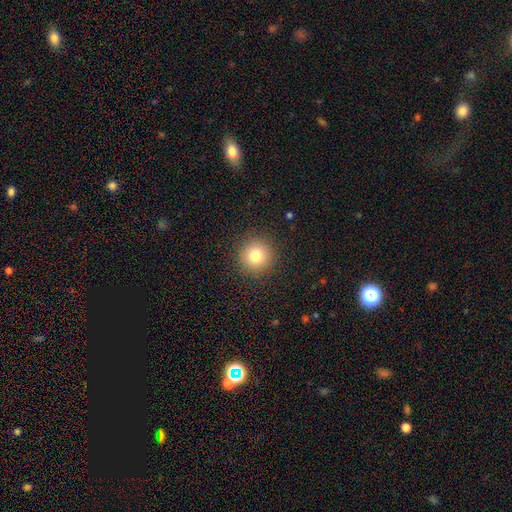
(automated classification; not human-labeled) This appears to be a smooth galaxy with no disk features (80%) that is round (95%). Merging: none (91%).